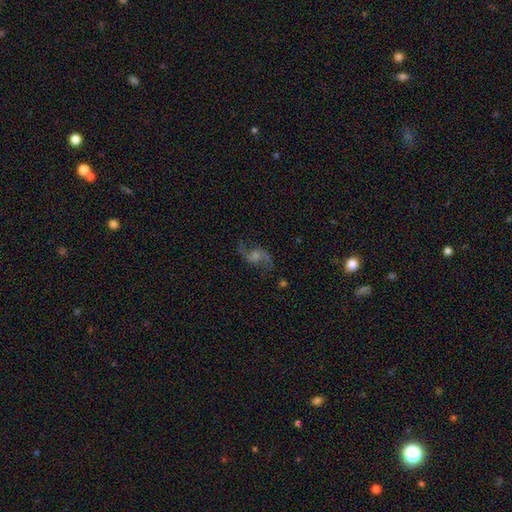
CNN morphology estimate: A featured or disk galaxy (82%) with no bar (56%), 2 (93%) loose (69%) spiral arms (96%) and a moderate central bulge (39%).

Vote fractions:
- Smooth or featured? featured or disk: 82% / star or artifact: 10% / smooth: 8%
- Edge-on disk? no: 96% / yes: 4%
- Bar? no: 56% / weak: 36% / strong: 8%
- Spiral arms? yes: 96% / no: 4%
- Spiral winding? loose: 69% / medium: 26% / tight: 5%
- Spiral arm count? 2: 93% / can't tell: 2% / 1: 2% / 3: 1% / 4: 1% / more than 4: 1%
- Bulge size? moderate: 39% / small: 36% / none: 14% / large: 9% / dominant: 2%
- Merging? none: 78% / minor disturbance: 12% / major disturbance: 8% / merger: 2%